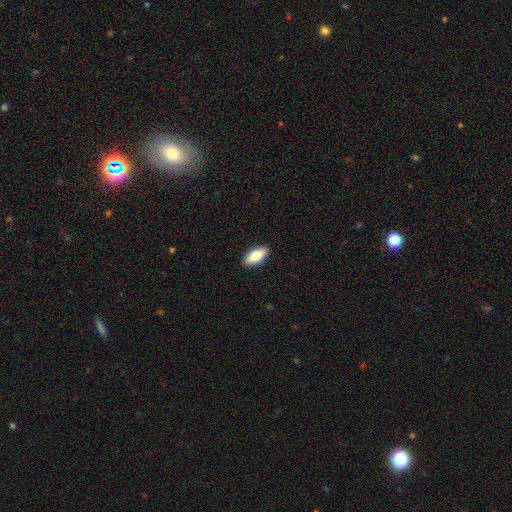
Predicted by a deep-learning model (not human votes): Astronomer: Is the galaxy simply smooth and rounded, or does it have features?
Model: smooth — 79%.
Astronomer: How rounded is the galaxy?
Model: in between — 83%.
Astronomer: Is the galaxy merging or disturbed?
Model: none — 90%.